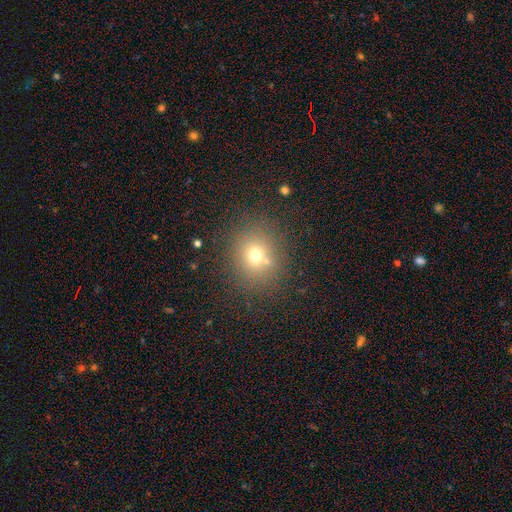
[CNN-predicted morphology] This is likely a smooth galaxy (68%). How rounded: likely round (78%). Merging: likely none (76%).